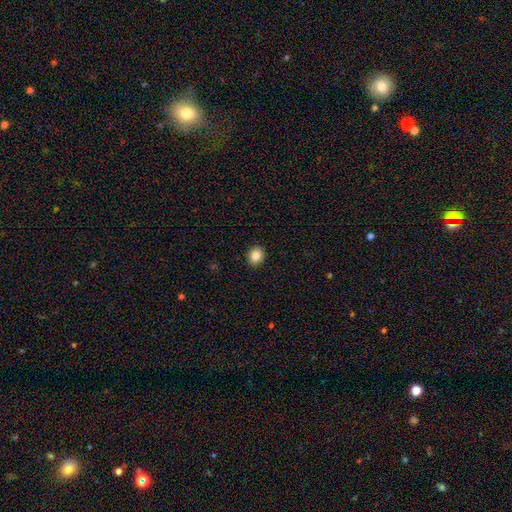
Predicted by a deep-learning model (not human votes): Smooth or featured? smooth (85%)
How rounded? round (72%)
Merging? none (92%)